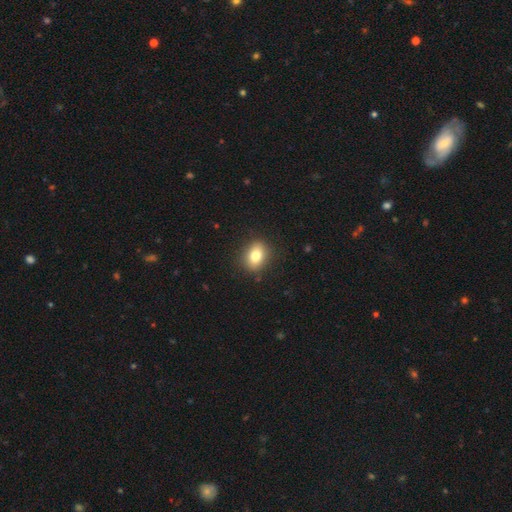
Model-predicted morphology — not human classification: Smooth or featured: smooth — 80% (featured or disk — 10%)
How rounded: in between — 63% (round — 36%)
Merging: none — 87% (minor disturbance — 9%)